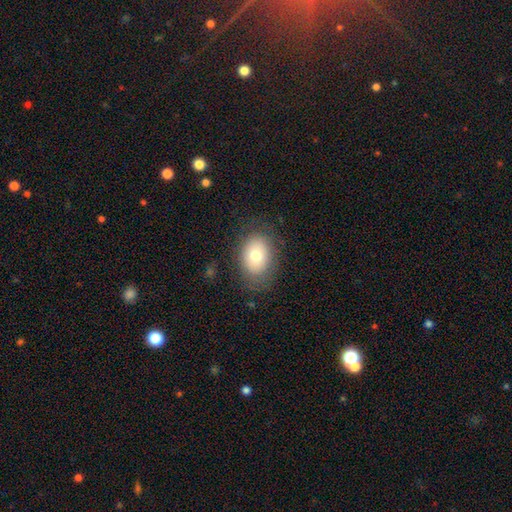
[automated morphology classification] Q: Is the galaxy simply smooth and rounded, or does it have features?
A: smooth — 73%.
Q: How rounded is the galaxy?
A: in between — 71%.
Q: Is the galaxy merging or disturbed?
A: none — 78%.